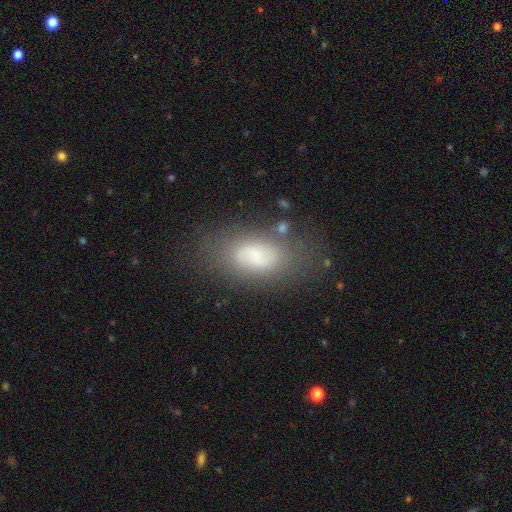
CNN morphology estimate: A smooth galaxy with no disk features (60%) that is in between round and cigar-shaped (89%).

Vote fractions:
- Smooth or featured? smooth: 60% / featured or disk: 30% / star or artifact: 10%
- How rounded? in between: 89% / cigar-shaped: 6% / round: 6%
- Merging? none: 66% / minor disturbance: 20% / major disturbance: 10% / merger: 4%